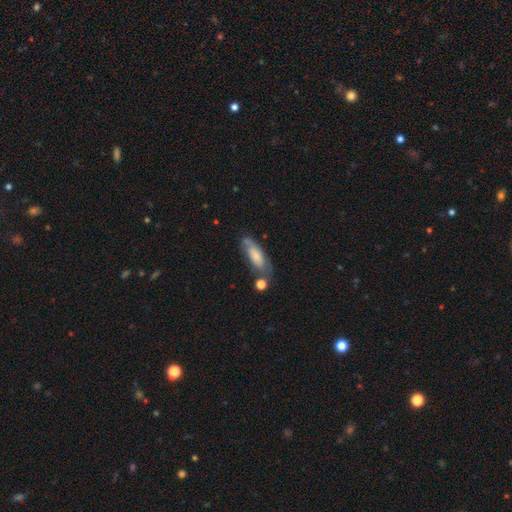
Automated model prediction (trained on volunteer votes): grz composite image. It shows a smooth galaxy with no disk features (66%) that is in between round and cigar-shaped (66%). Merging: none (50%).